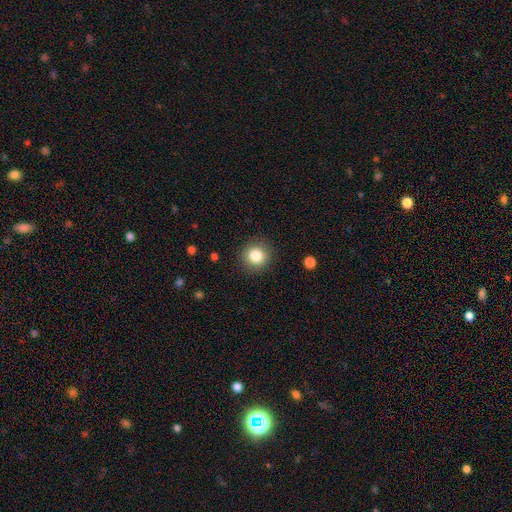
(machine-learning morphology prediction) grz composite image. It shows a smooth galaxy with no disk features (83%) that is round (93%). Merging: none (90%).